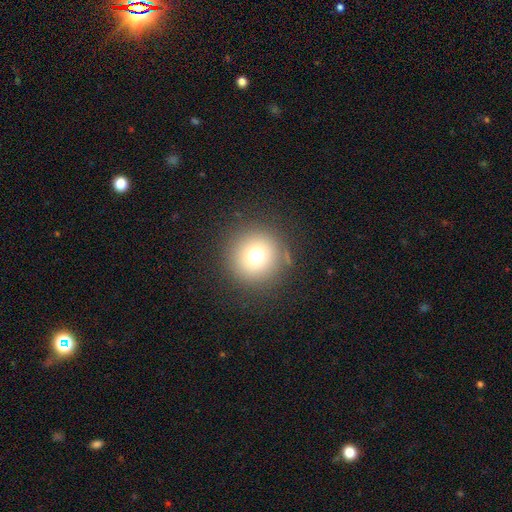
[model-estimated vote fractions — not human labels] smooth-or-featured: smooth: 74% | star or artifact: 15% | featured or disk: 12%
  how-rounded: round: 96% | in between: 3% | cigar-shaped: 1%
  merging: none: 86% | minor disturbance: 8% | major disturbance: 4% | merger: 2%